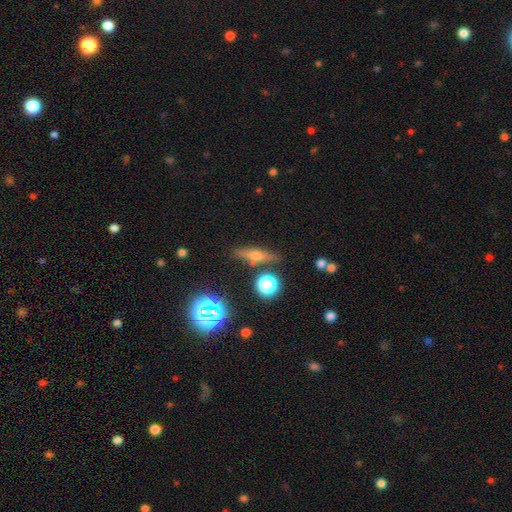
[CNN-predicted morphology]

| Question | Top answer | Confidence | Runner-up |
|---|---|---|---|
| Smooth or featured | featured or disk | 47% | smooth (35%) |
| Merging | none | 83% | minor disturbance (10%) |